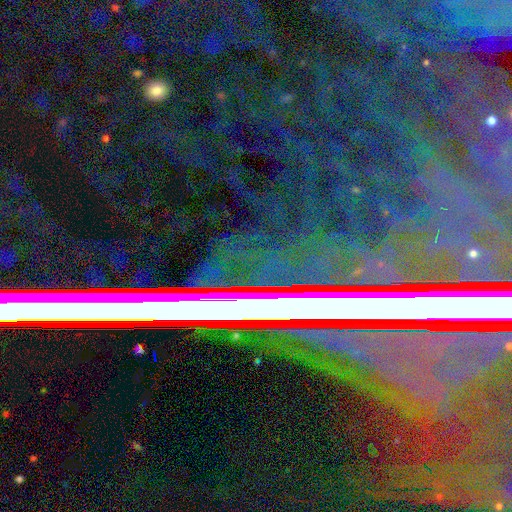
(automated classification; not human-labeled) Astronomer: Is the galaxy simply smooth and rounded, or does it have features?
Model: star or artifact — 68%.